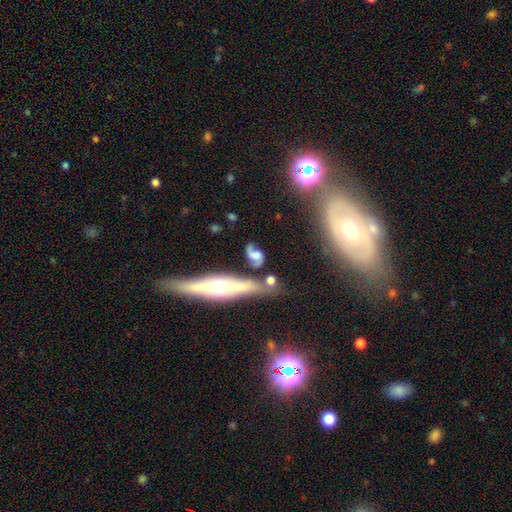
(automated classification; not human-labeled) smooth_or_featured: featured or disk (p=0.60) [alt: smooth p=0.31]
disk_edge_on: no (p=0.81) [alt: yes p=0.19]
merging: none (p=0.52) [alt: minor disturbance p=0.21]